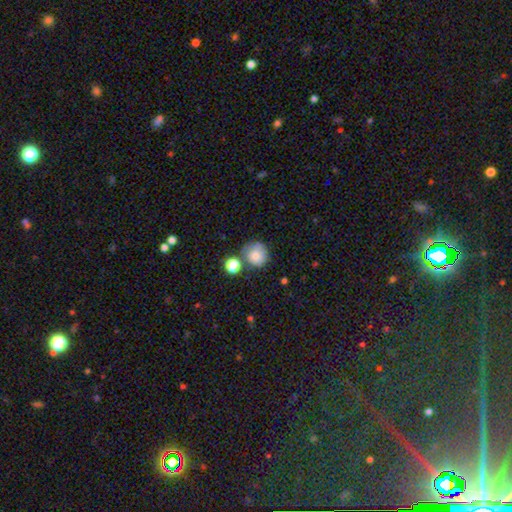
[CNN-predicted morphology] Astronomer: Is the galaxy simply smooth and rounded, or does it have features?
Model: smooth — 78%.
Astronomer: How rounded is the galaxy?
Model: round — 88%.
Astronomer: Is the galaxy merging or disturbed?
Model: none — 56%.